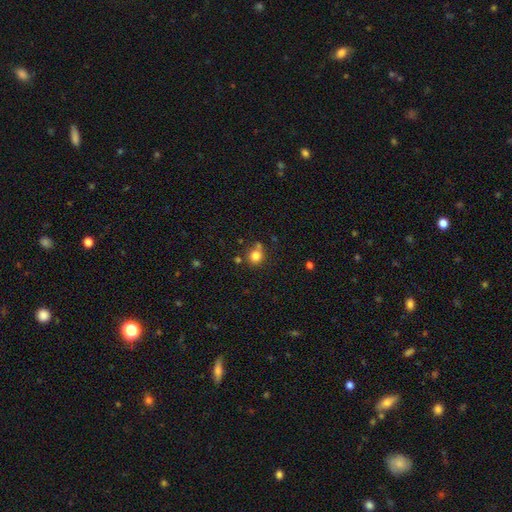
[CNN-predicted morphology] smooth-or-featured: smooth: 81% | star or artifact: 13% | featured or disk: 7%
  how-rounded: round: 88% | in between: 11% | cigar-shaped: 1%
  merging: none: 65% | merger: 17% | minor disturbance: 13% | major disturbance: 5%